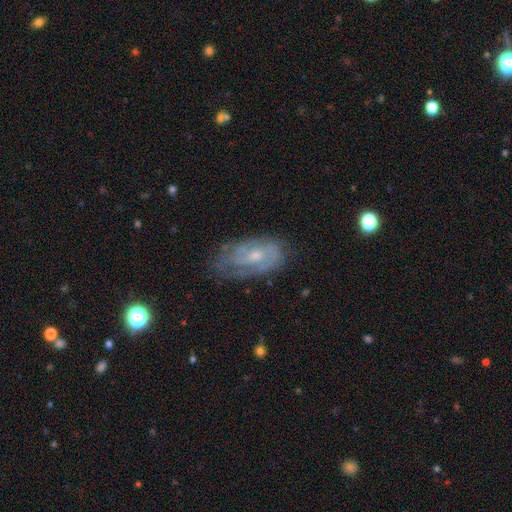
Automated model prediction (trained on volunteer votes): smooth_or_featured: featured or disk (p=0.68) [alt: smooth p=0.24]
disk_edge_on: no (p=0.94) [alt: yes p=0.06]
bar: no (p=0.66) [alt: weak p=0.30]
has_spiral_arms: yes (p=0.79) [alt: no p=0.21]
spiral_winding: tight (p=0.51) [alt: medium p=0.35]
spiral_arm_count: can't tell (p=0.44) [alt: 2 p=0.36]
bulge_size: small (p=0.53) [alt: moderate p=0.40]
merging: none (p=0.61) [alt: minor disturbance p=0.26]